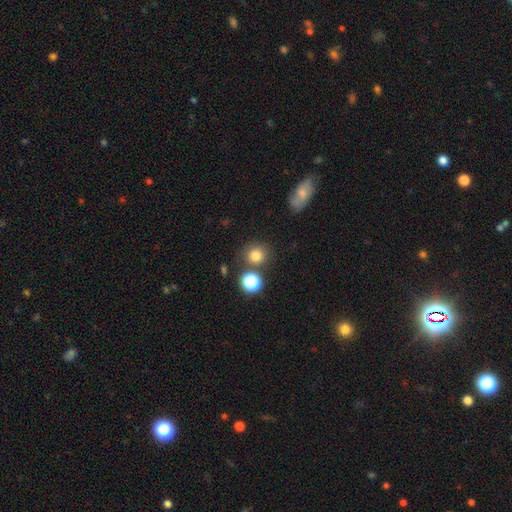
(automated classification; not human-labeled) Morphology: type=smooth (78%); roundness=round (85%); merging=none (76%).